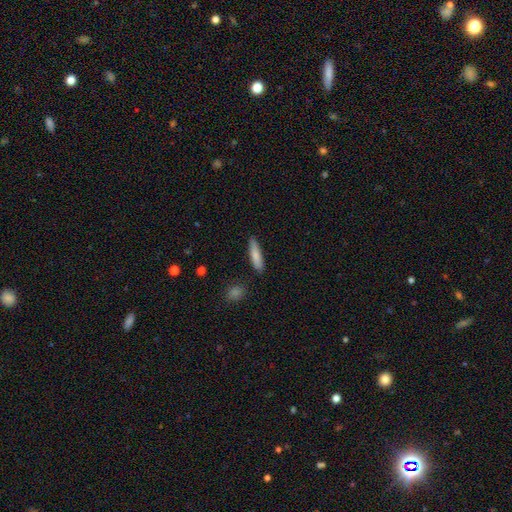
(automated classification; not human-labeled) A smooth galaxy with no disk features (82%) that is cigar-shaped (75%). Merging: none (84%).